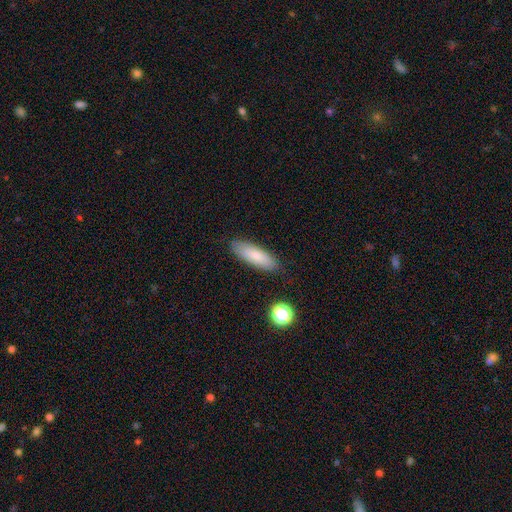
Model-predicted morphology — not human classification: A smooth galaxy with no disk features (80%) that is in between round and cigar-shaped (57%).

Vote fractions:
- Smooth or featured? smooth: 80% / featured or disk: 13% / star or artifact: 7%
- How rounded? in between: 57% / cigar-shaped: 41% / round: 2%
- Merging? none: 86% / minor disturbance: 11% / major disturbance: 2% / merger: 2%